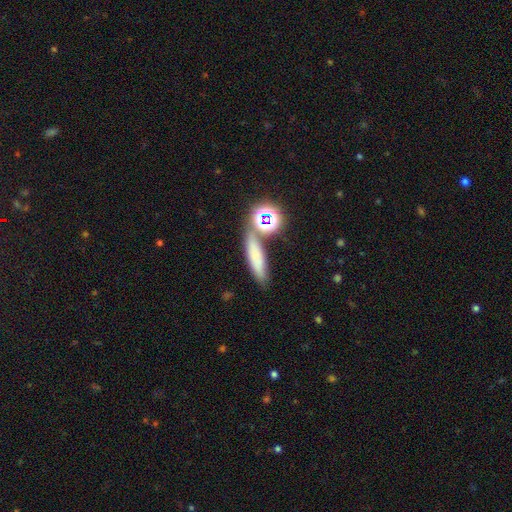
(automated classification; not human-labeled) smooth 64%, star or artifact 21%, featured or disk 15%. Down the decision tree: how rounded — cigar-shaped (63%); merging — none (71%).